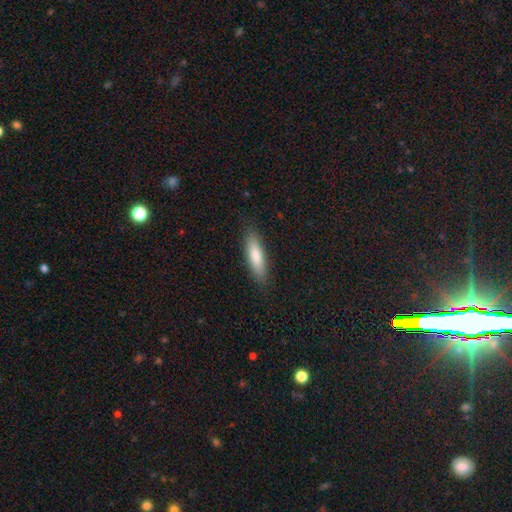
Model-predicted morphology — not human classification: A smooth galaxy with no disk features (81%) that is cigar-shaped (58%). Merging: none (85%).